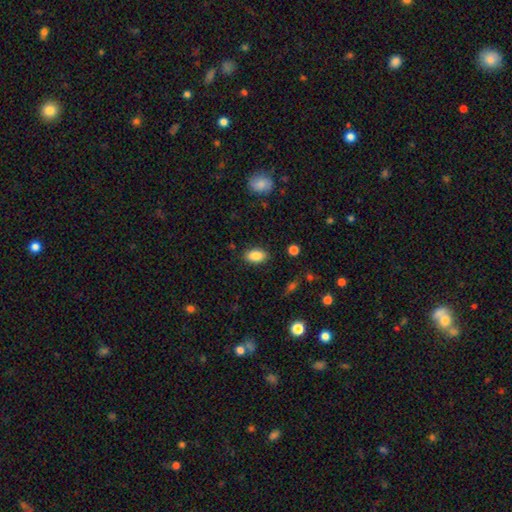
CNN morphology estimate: Smooth or featured?
  - smooth: 87% *
  - star or artifact: 8%
  - featured or disk: 5%
How rounded?
  - in between: 91% *
  - round: 5%
  - cigar-shaped: 4%
Merging?
  - none: 86% *
  - minor disturbance: 10%
  - major disturbance: 3%
  - merger: 1%